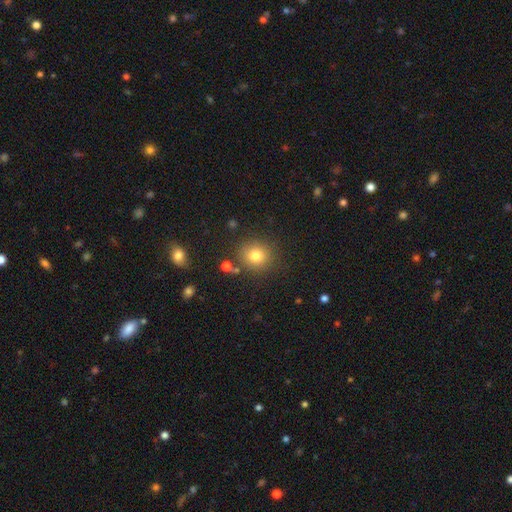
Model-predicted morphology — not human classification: This appears to be a smooth galaxy with no disk features (77%) that is round (87%). Merging: none (83%).